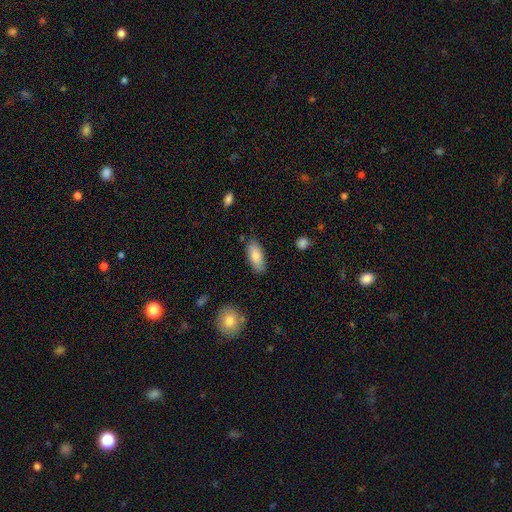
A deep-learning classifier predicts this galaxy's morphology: Q: Smooth or featured?
A: smooth (82%); runner-up: featured or disk (12%)
Q: How rounded?
A: in between (86%); runner-up: cigar-shaped (11%)
Q: Merging?
A: none (81%); runner-up: minor disturbance (14%)